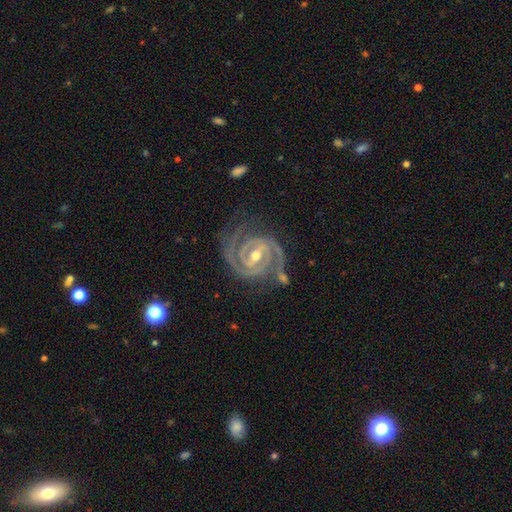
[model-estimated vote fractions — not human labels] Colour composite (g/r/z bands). It shows a featured or disk galaxy (94%) with a strong bar (50%), 2 (78%) tight (77%) spiral arms (99%) and a moderate central bulge (59%). Merging: none (71%).